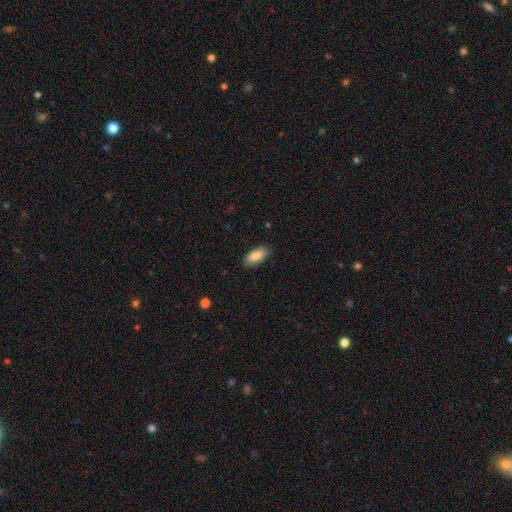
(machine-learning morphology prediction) smooth 84%, featured or disk 9%, star or artifact 6%. Down the decision tree: how rounded — in between (85%); merging — none (86%).